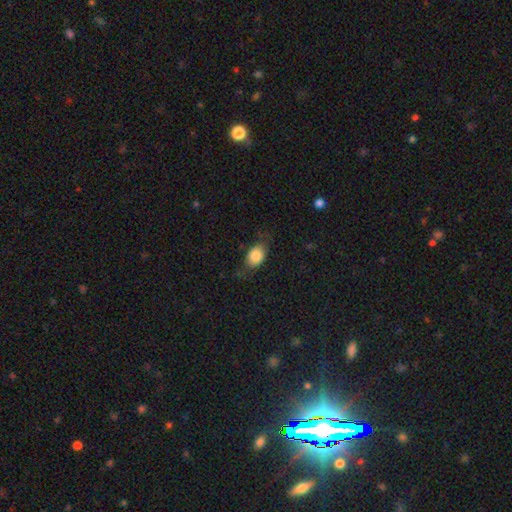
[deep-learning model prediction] Smooth or featured: smooth — 81% (featured or disk — 11%)
How rounded: in between — 79% (round — 19%)
Merging: none — 68% (minor disturbance — 22%)